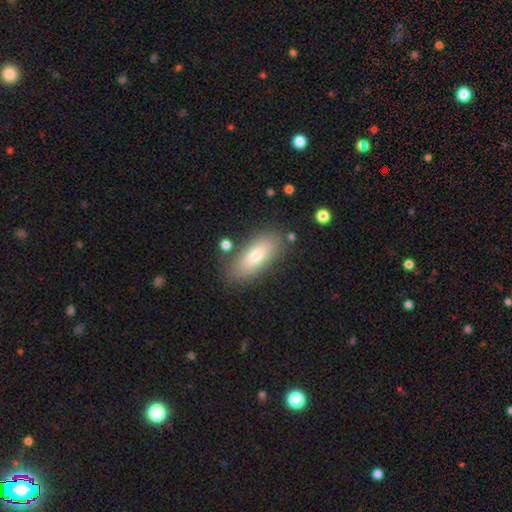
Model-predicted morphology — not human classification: Q: Smooth or featured?
A: smooth (73%); runner-up: featured or disk (20%)
Q: How rounded?
A: in between (77%); runner-up: cigar-shaped (20%)
Q: Merging?
A: none (81%); runner-up: minor disturbance (12%)